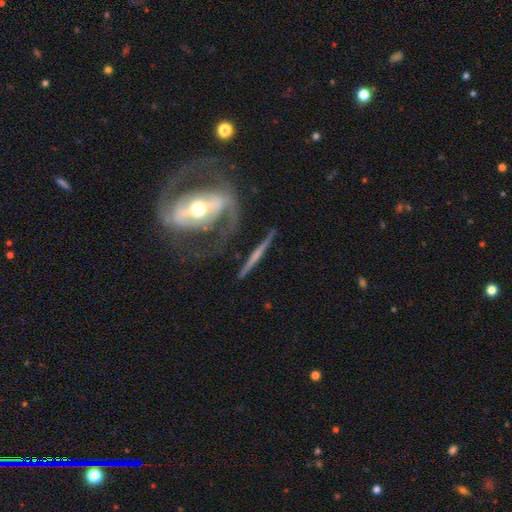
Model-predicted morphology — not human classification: Smooth or featured? Predicted: featured or disk (p=0.73). Edge-on disk? Predicted: yes (p=0.82). Edge-on bulge? Predicted: rounded (p=0.47). Merging? Predicted: none (p=0.75).